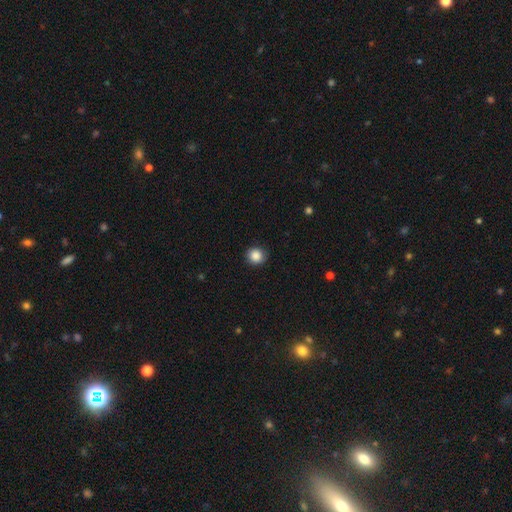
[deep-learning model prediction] Q: Smooth or featured?
A: smooth (87%); runner-up: star or artifact (9%)
Q: How rounded?
A: round (88%); runner-up: in between (12%)
Q: Merging?
A: none (90%); runner-up: minor disturbance (7%)